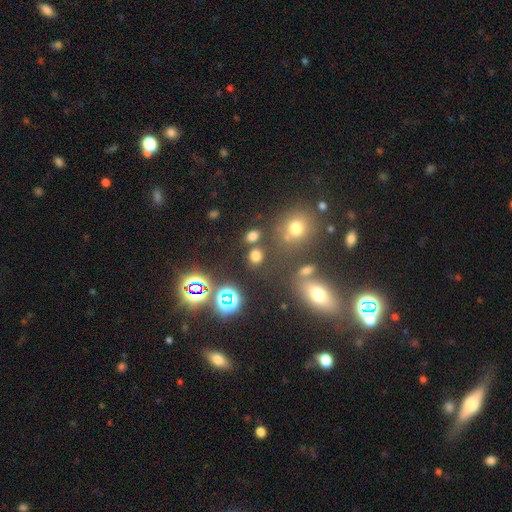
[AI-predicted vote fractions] This is likely a smooth galaxy (66%). How rounded: possibly round (57%). Merging: likely none (71%).